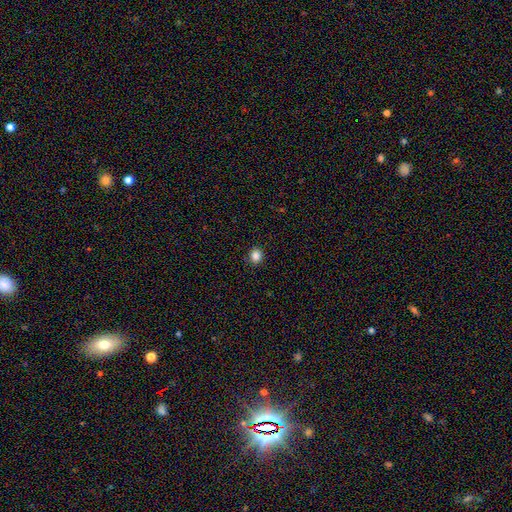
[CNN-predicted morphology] smooth_or_featured: smooth (p=0.85) [alt: star or artifact p=0.11]
how_rounded: round (p=0.81) [alt: in between p=0.18]
merging: none (p=0.91) [alt: minor disturbance p=0.06]